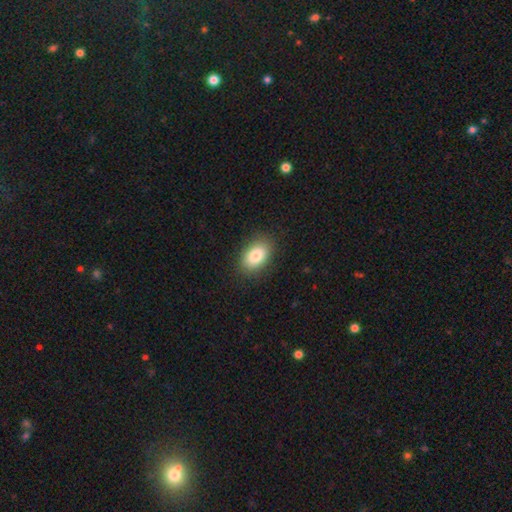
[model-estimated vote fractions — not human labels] This is clearly a smooth galaxy (84%). How rounded: clearly in between (88%). Merging: clearly none (87%).